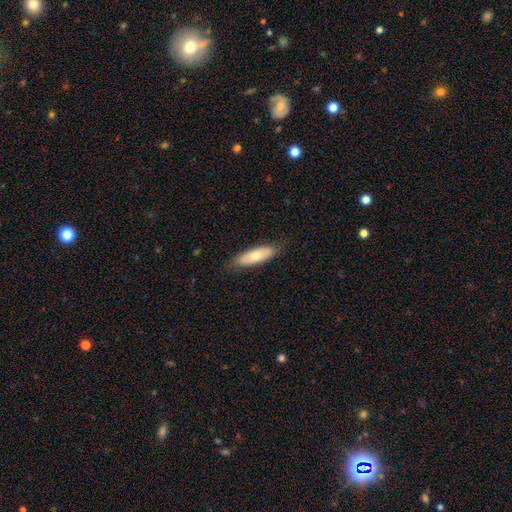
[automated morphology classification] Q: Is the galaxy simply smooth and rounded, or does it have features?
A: smooth — 65%.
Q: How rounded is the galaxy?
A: in between — 61%.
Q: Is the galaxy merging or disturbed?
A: none — 81%.